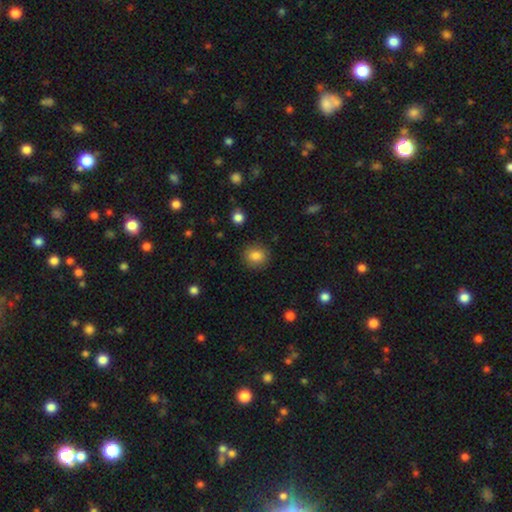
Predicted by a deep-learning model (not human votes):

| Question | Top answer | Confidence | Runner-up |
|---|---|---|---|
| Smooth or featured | smooth | 85% | star or artifact (10%) |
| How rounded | round | 79% | in between (20%) |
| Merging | none | 88% | minor disturbance (8%) |